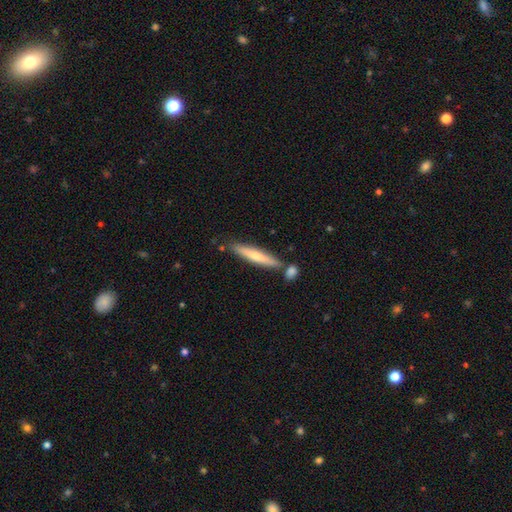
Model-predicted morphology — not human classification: smooth-or-featured: featured or disk: 50% | smooth: 43% | star or artifact: 7%
  disk-edge-on: yes: 92% | no: 8%
  merging: none: 76% | minor disturbance: 13% | merger: 9% | major disturbance: 3%